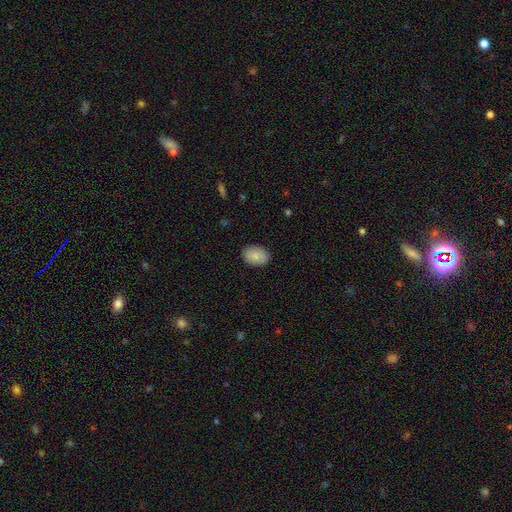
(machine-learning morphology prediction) Q: Smooth or featured?
A: smooth (84%); runner-up: featured or disk (9%)
Q: How rounded?
A: in between (74%); runner-up: round (25%)
Q: Merging?
A: none (87%); runner-up: minor disturbance (10%)